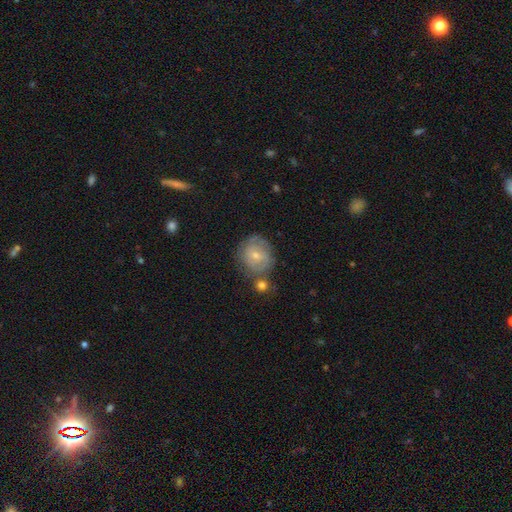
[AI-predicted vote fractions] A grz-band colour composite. It shows a featured or disk galaxy (48%). Merging: none (61%).